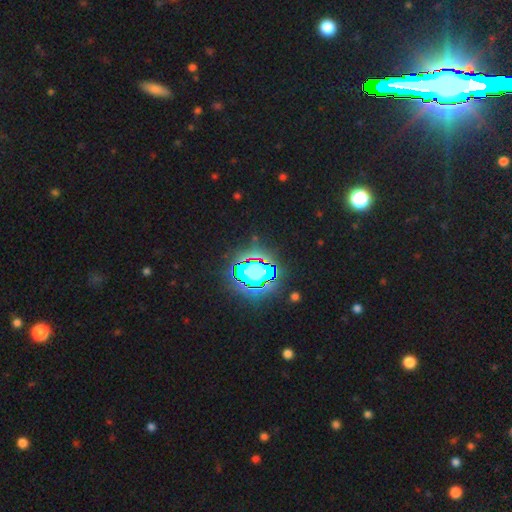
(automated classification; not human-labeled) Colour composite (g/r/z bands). It shows a star or artifact, not a galaxy (82%).